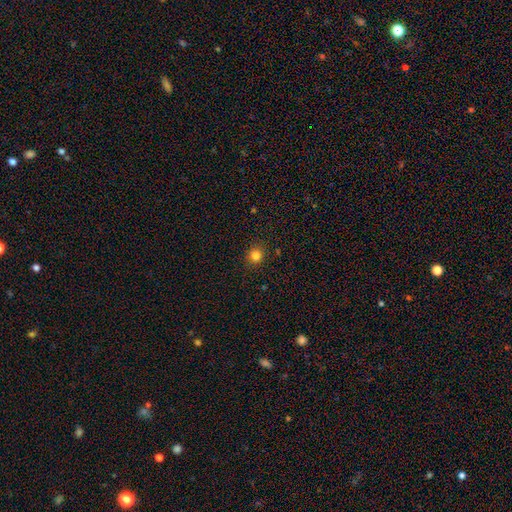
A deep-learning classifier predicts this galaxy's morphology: Smooth or featured: smooth — 81% (star or artifact — 14%)
How rounded: round — 91% (in between — 8%)
Merging: none — 91% (minor disturbance — 6%)